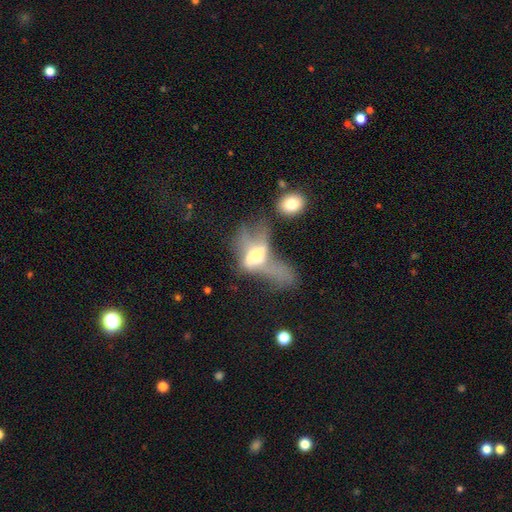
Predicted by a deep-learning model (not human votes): Smooth or featured?
  - featured or disk: 56% *
  - smooth: 32%
  - star or artifact: 12%
Edge-on disk?
  - no: 86% *
  - yes: 14%
Merging?
  - major disturbance: 48% *
  - merger: 33%
  - none: 11%
  - minor disturbance: 8%